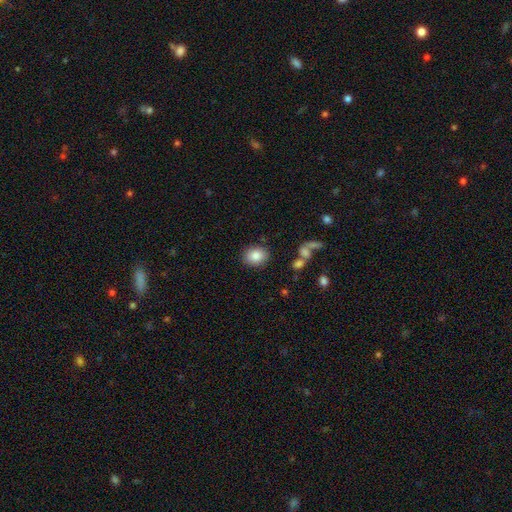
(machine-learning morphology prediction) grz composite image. It shows a smooth galaxy with no disk features (85%) that is round (51%). Merging: none (86%).